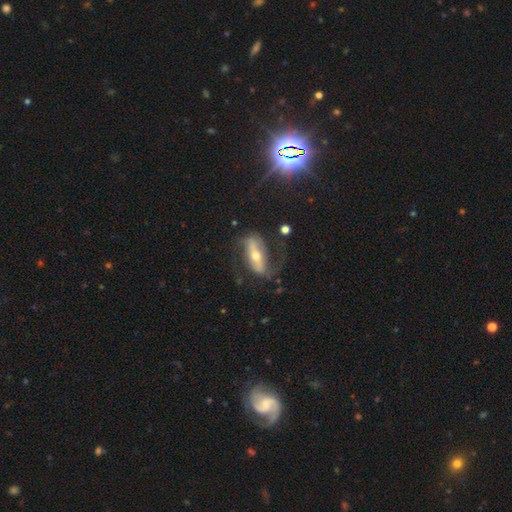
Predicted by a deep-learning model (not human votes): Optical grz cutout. It shows a featured or disk galaxy (71%) with a strong bar (62%), spiral arms (73%) and a moderate central bulge (53%). Merging: none (60%).